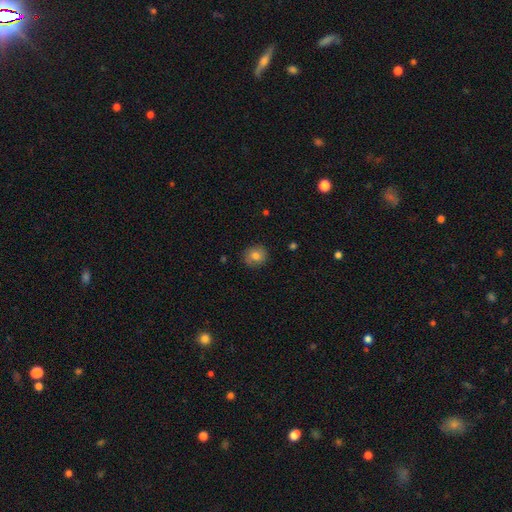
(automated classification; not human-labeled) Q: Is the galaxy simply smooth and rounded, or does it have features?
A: smooth — 76%.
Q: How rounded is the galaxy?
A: round — 84%.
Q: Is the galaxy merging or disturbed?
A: none — 84%.